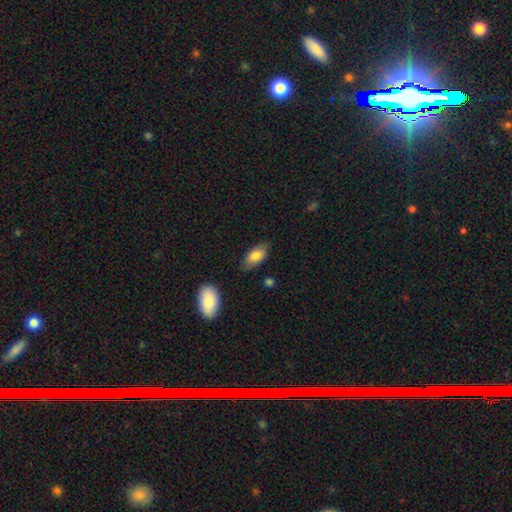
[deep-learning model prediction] Morphology: type=smooth (80%); roundness=in between (90%); merging=none (75%).